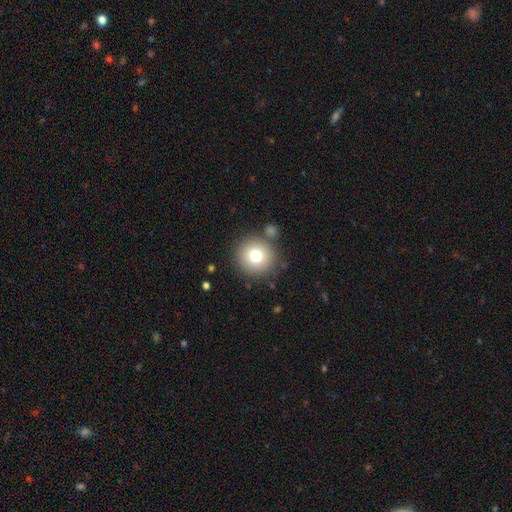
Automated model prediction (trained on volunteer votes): A smooth galaxy with no disk features (77%) that is round (94%). Merging: none (83%).